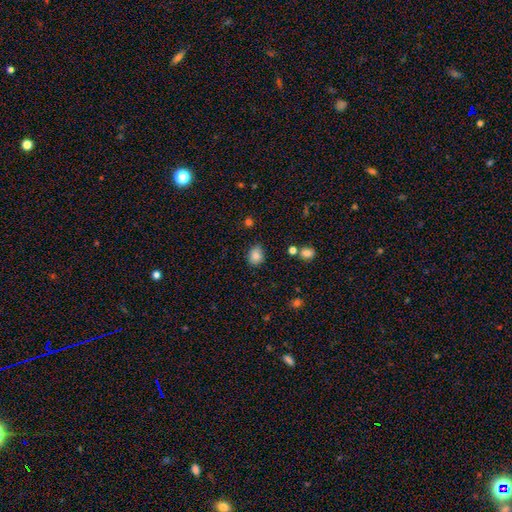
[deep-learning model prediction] Smooth or featured? Predicted: smooth (p=0.84). How rounded? Predicted: round (p=0.50). Merging? Predicted: none (p=0.77).